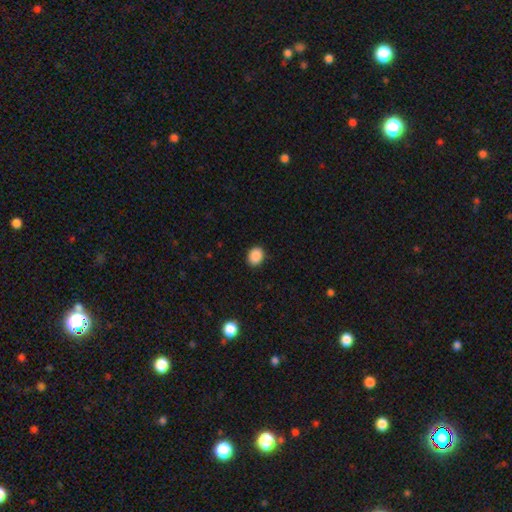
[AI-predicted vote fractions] Overall: smooth (89%). How rounded: round (50%; in between 49%). Merging: none (89%).